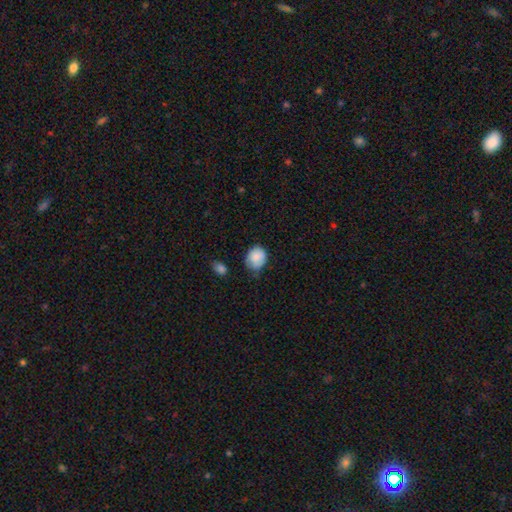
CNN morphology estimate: Smooth or featured: smooth — 81% (featured or disk — 12%)
How rounded: round — 58% (in between — 41%)
Merging: none — 52% (minor disturbance — 37%)